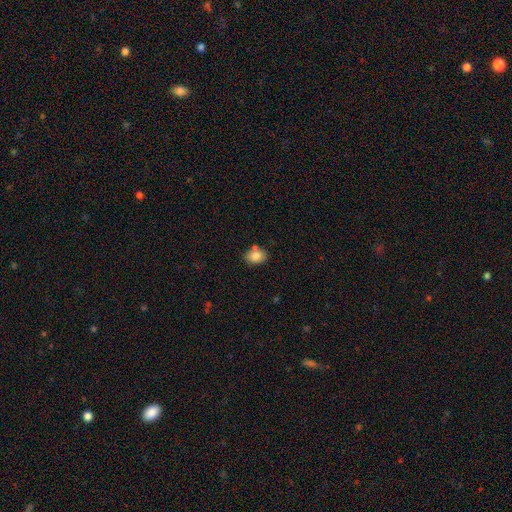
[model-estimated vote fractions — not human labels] smooth_or_featured: smooth (p=0.83) [alt: featured or disk p=0.09]
how_rounded: in between (p=0.72) [alt: round p=0.27]
merging: none (p=0.73) [alt: minor disturbance p=0.14]